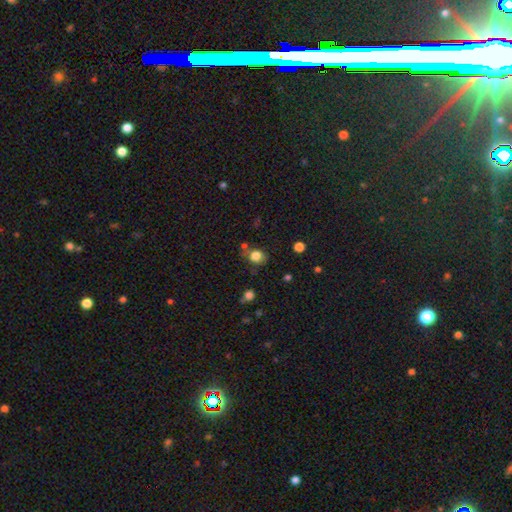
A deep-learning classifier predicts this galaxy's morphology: smooth_or_featured: smooth (p=0.82) [alt: star or artifact p=0.11]
how_rounded: round (p=0.57) [alt: in between p=0.42]
merging: none (p=0.66) [alt: minor disturbance p=0.19]